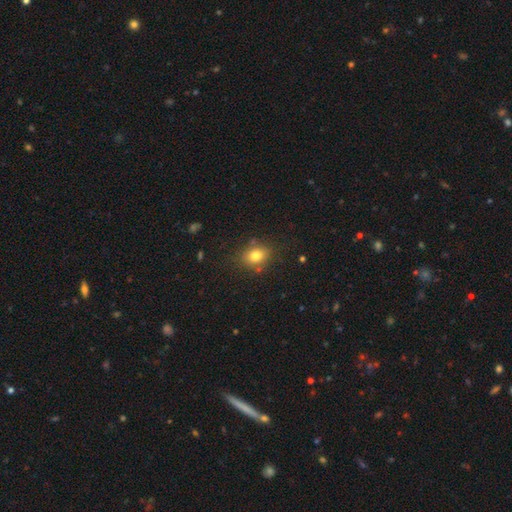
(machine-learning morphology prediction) smooth 78%, star or artifact 12%, featured or disk 10%. Down the decision tree: how rounded — in between (54%); merging — none (80%).